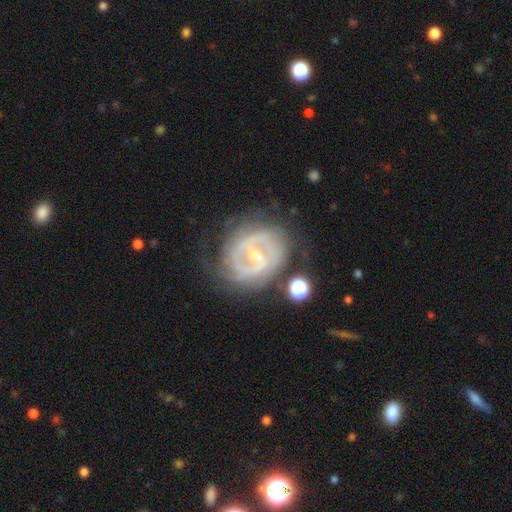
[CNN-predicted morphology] type=featured or disk (86%); edge-on=no (97%); bar=weak (45%); spiral arms=yes (90%); winding=tight (52%); arm count=2 (62%); bulge=small (60%); merging=none (67%).